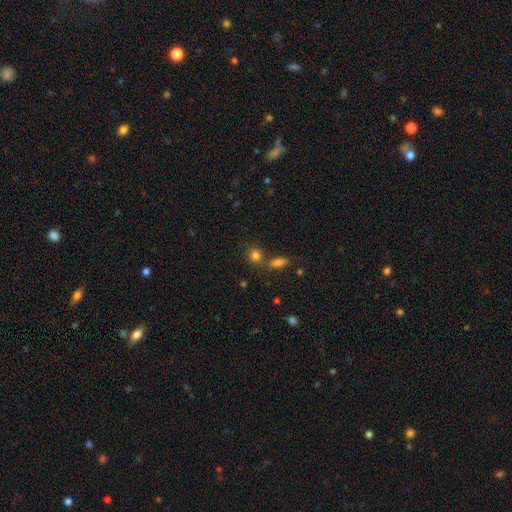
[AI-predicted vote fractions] This is clearly a smooth galaxy (81%). How rounded: likely round (74%). Merging: likely none (66%).